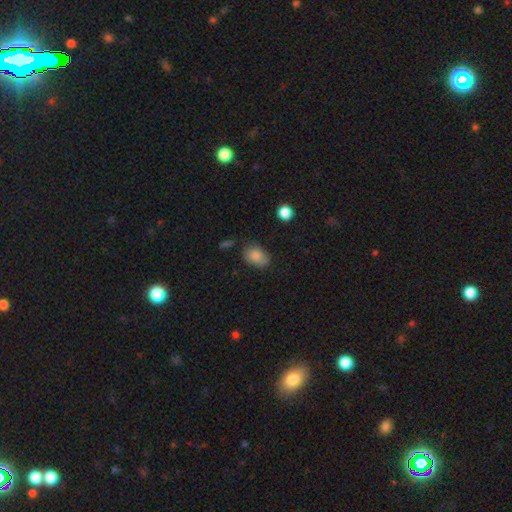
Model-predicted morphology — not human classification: Q: Smooth or featured?
A: smooth (83%); runner-up: featured or disk (9%)
Q: How rounded?
A: in between (81%); runner-up: round (17%)
Q: Merging?
A: none (65%); runner-up: minor disturbance (26%)